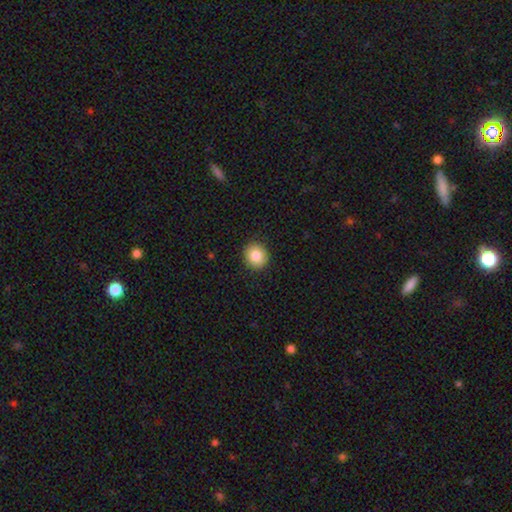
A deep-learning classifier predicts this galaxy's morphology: This is clearly a smooth galaxy (85%). How rounded: clearly round (81%). Merging: clearly none (91%).